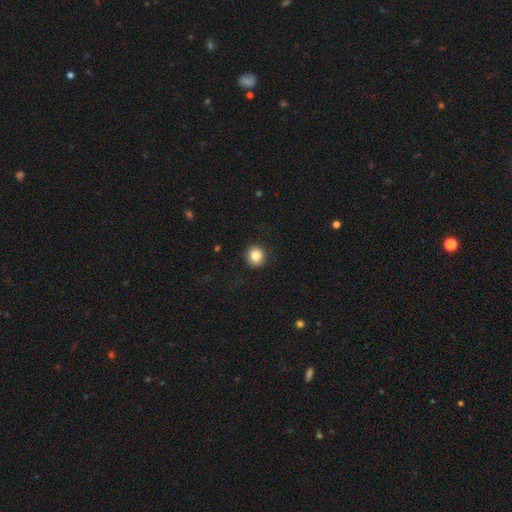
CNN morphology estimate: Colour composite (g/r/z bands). It shows a smooth galaxy with no disk features (84%) that is round (91%). Merging: none (92%).